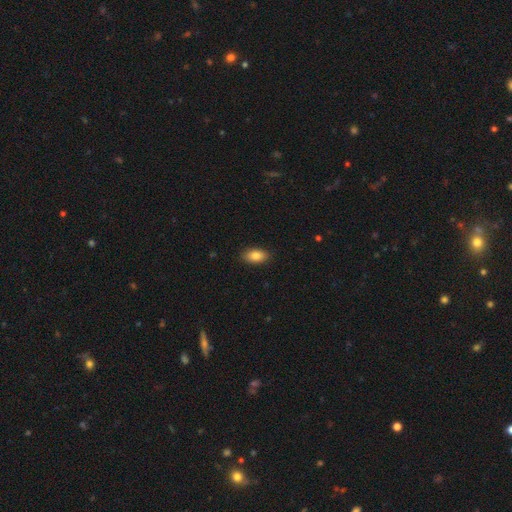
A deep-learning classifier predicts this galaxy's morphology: This appears to be a smooth galaxy with no disk features (85%) that is in between round and cigar-shaped (92%). Merging: none (88%).